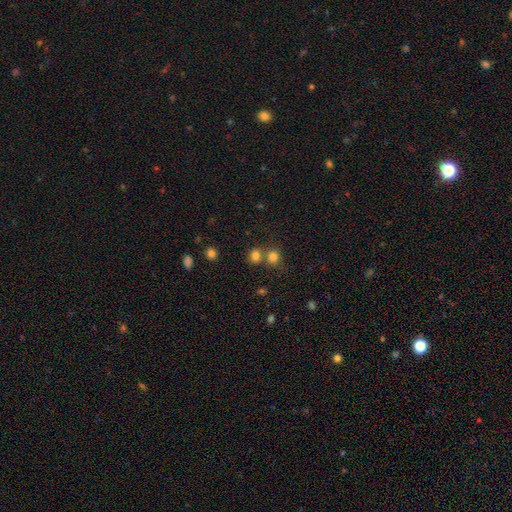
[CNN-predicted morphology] This is likely a smooth galaxy (78%). How rounded: likely round (75%). Merging: possibly none (57%).